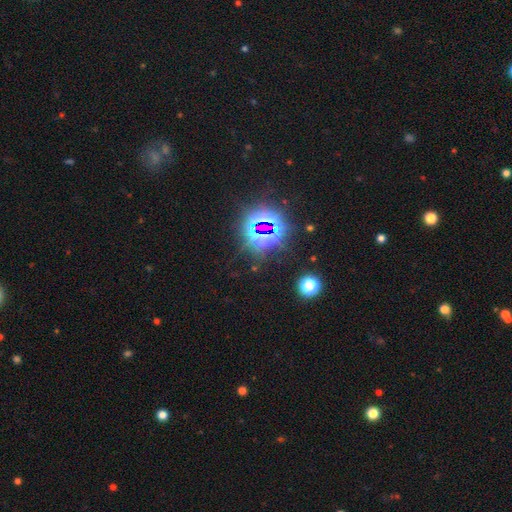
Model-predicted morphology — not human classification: star or artifact 81%, smooth 12%, featured or disk 7%.